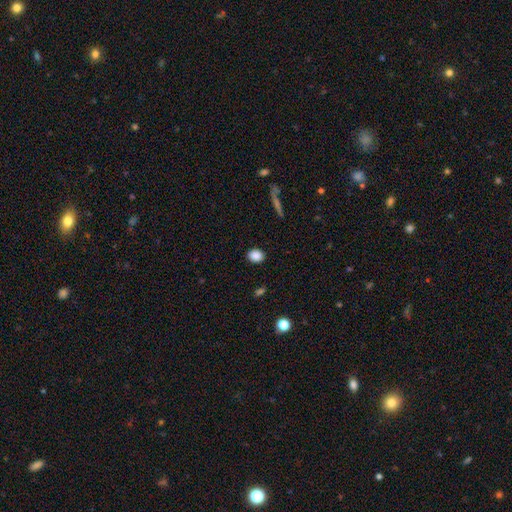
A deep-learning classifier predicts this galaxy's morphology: This appears to be a smooth galaxy with no disk features (88%) that is round (51%). Merging: none (89%).